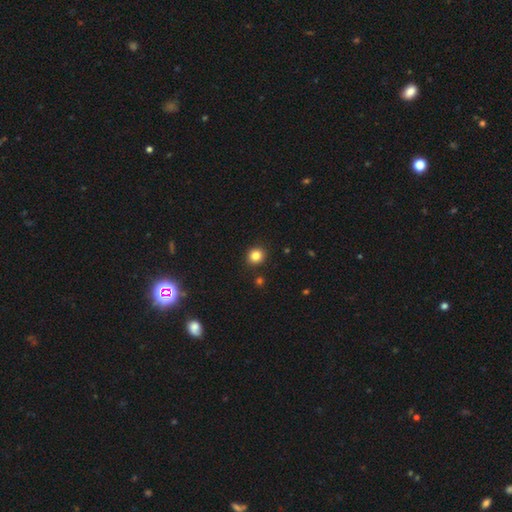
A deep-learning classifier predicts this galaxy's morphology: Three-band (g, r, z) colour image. It shows a smooth galaxy with no disk features (83%) that is round (86%). Merging: none (90%).